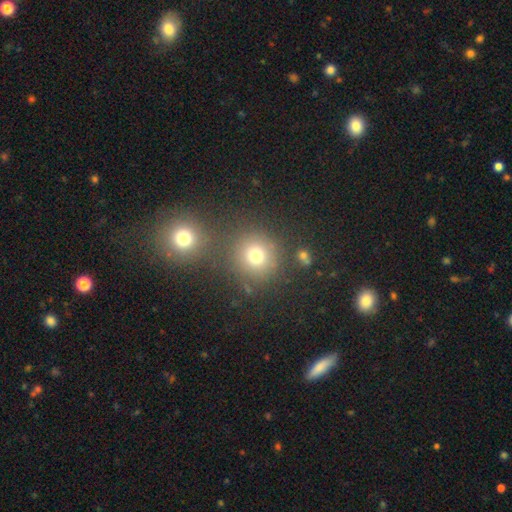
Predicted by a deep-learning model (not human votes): smooth 73%, star or artifact 18%, featured or disk 9%. Down the decision tree: how rounded — round (90%); merging — none (71%).